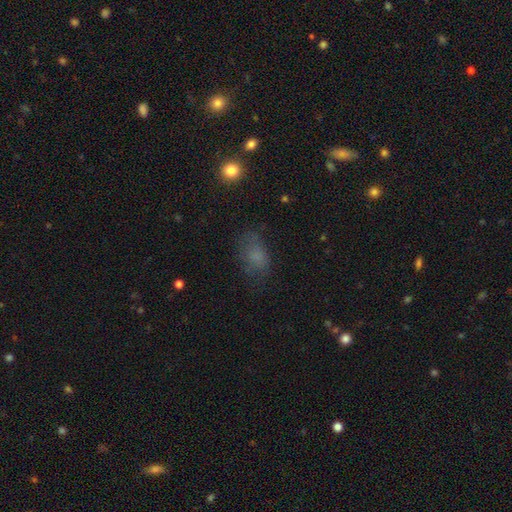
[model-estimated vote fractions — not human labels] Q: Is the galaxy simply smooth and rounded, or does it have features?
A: smooth — 69%.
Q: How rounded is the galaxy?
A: in between — 83%.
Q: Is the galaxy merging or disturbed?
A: none — 61%.